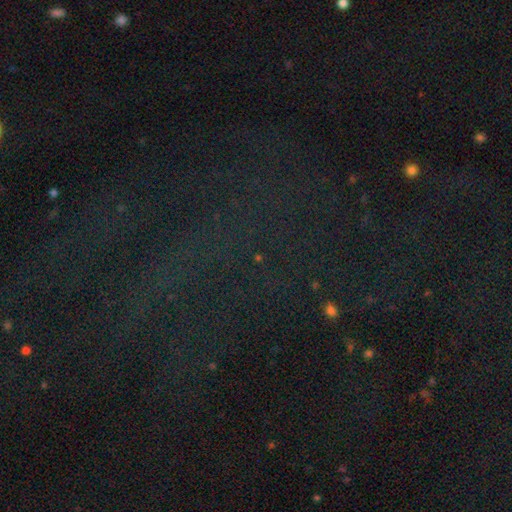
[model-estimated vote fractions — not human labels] A star or artifact, not a galaxy (79%).

Vote fractions:
- Smooth or featured? star or artifact: 79% / smooth: 12% / featured or disk: 9%